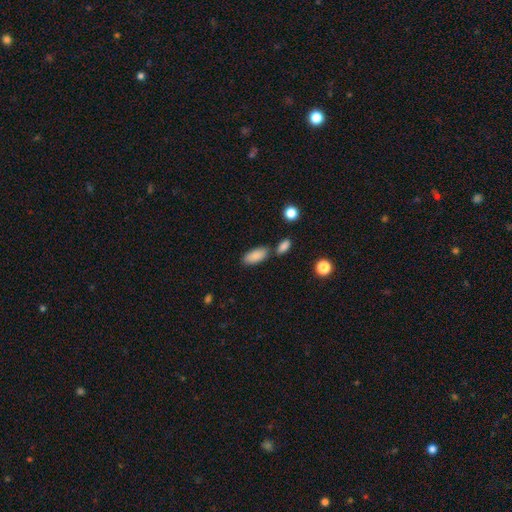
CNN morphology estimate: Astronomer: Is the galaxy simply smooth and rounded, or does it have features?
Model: smooth — 87%.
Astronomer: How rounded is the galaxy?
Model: in between — 88%.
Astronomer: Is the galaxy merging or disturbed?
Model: none — 68%.